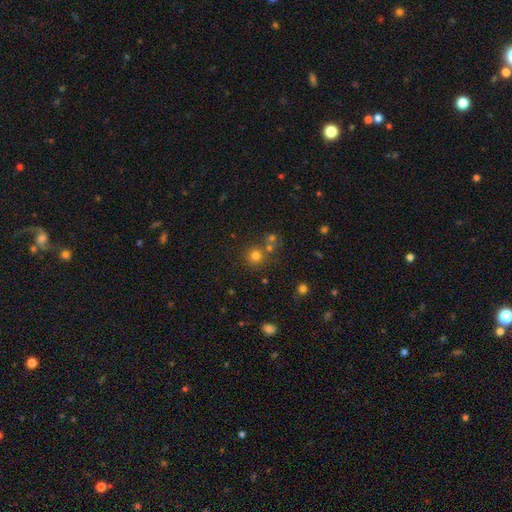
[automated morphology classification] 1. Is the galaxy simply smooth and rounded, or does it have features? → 74% smooth, 18% star or artifact, 8% featured or disk.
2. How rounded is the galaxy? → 91% round, 8% in between, 1% cigar-shaped.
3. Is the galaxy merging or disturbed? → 71% none, 18% merger, 8% minor disturbance, 3% major disturbance.